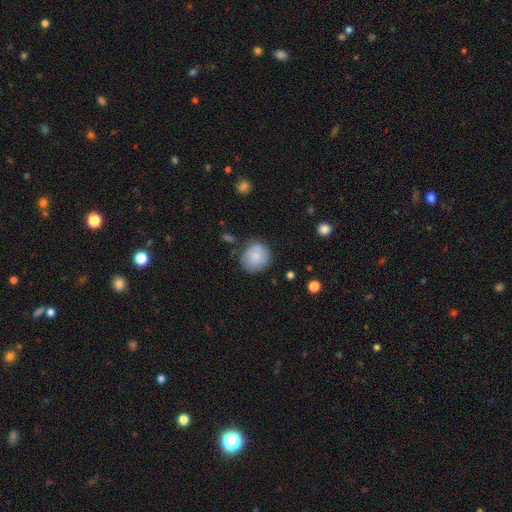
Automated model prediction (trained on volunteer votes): smooth_or_featured: smooth (p=0.76) [alt: featured or disk p=0.16]
how_rounded: round (p=0.84) [alt: in between p=0.15]
merging: none (p=0.68) [alt: minor disturbance p=0.20]